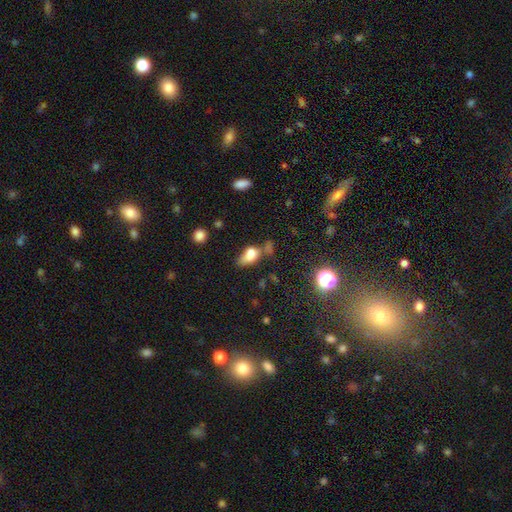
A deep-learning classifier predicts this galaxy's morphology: A smooth galaxy with no disk features (57%) that is in between round and cigar-shaped (72%). Merging: none (74%).